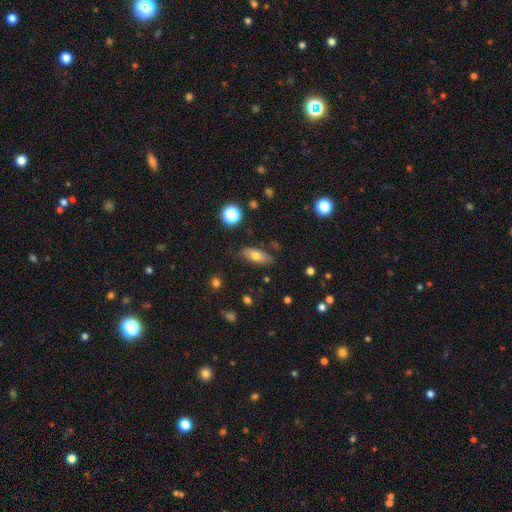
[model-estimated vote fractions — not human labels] The model was most divided on "smooth or featured": smooth: 66%, featured or disk: 26%, star or artifact: 8%. More confident: merging — none (80%); how rounded — in between (71%).